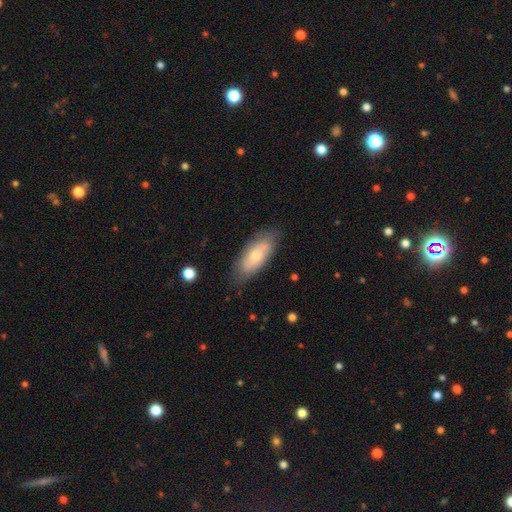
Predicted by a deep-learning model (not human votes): Q: Smooth or featured?
A: smooth (65%); runner-up: featured or disk (29%)
Q: How rounded?
A: in between (82%); runner-up: cigar-shaped (16%)
Q: Merging?
A: none (75%); runner-up: minor disturbance (19%)